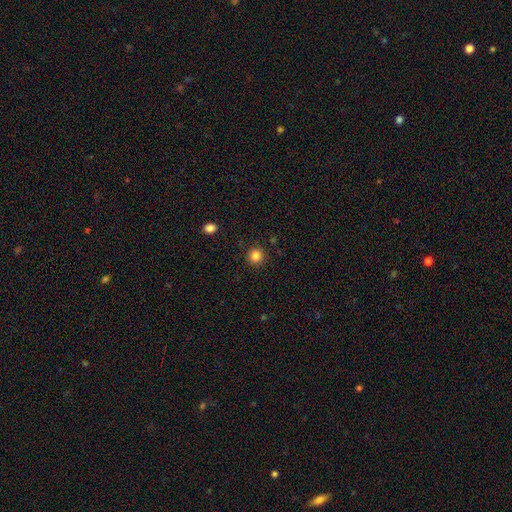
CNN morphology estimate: Smooth or featured? Predicted: smooth (p=0.84). How rounded? Predicted: round (p=0.93). Merging? Predicted: none (p=0.90).